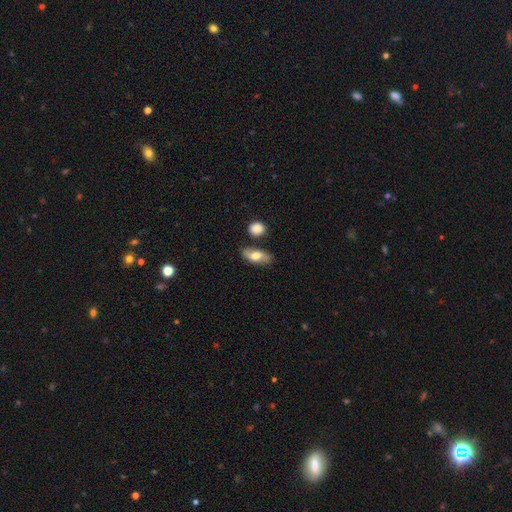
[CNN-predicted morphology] Smooth or featured? Predicted: smooth (p=0.63). How rounded? Predicted: in between (p=0.81). Merging? Predicted: none (p=0.72).